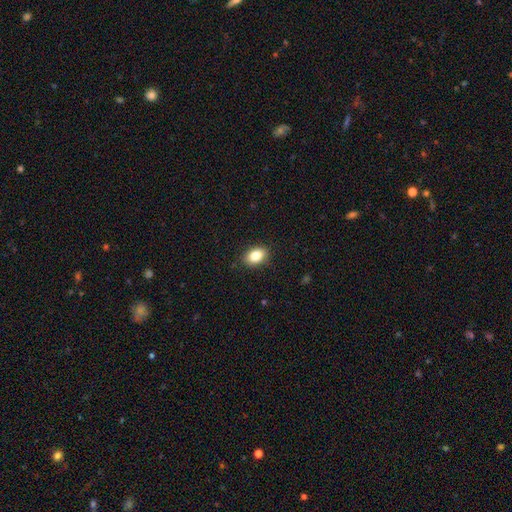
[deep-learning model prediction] A smooth galaxy with no disk features (85%) that is in between round and cigar-shaped (83%).

Vote fractions:
- Smooth or featured? smooth: 85% / star or artifact: 9% / featured or disk: 7%
- How rounded? in between: 83% / round: 16% / cigar-shaped: 1%
- Merging? none: 88% / minor disturbance: 9% / major disturbance: 2% / merger: 1%